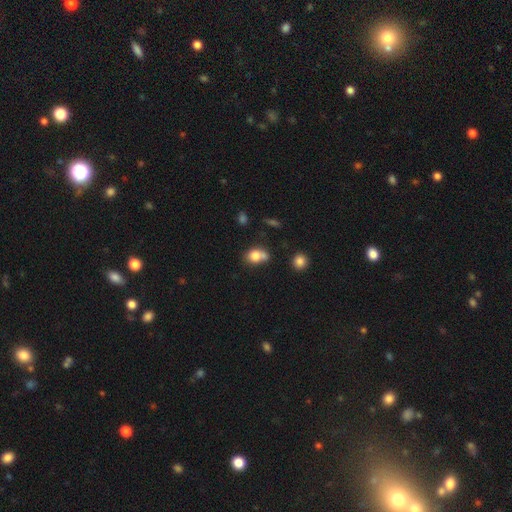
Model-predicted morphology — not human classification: Smooth or featured: smooth — 78% (featured or disk — 11%)
How rounded: in between — 52% (round — 46%)
Merging: none — 38% (merger — 34%)